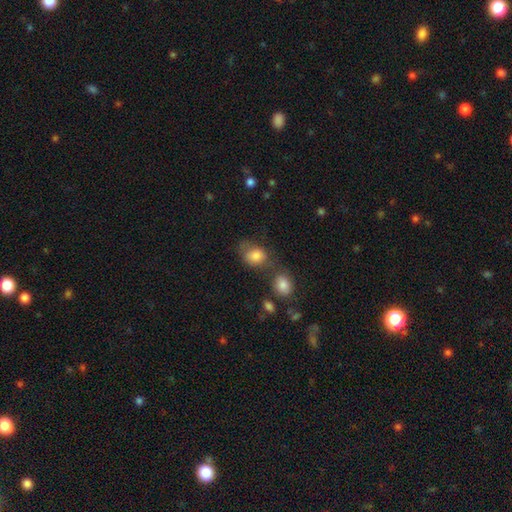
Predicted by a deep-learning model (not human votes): smooth 81%, featured or disk 10%, star or artifact 9%. Down the decision tree: how rounded — in between (55%); merging — none (45%).